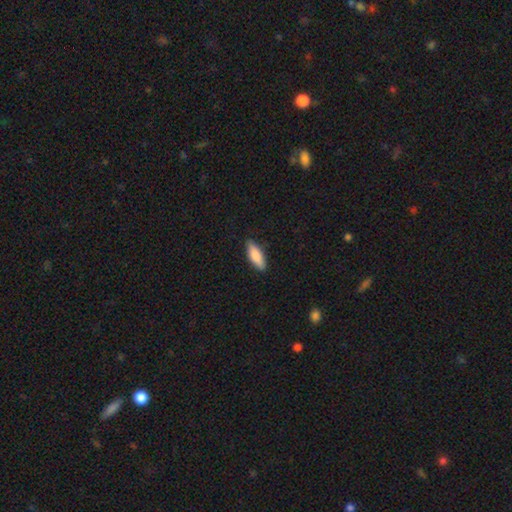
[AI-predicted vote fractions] A smooth galaxy with no disk features (84%) that is in between round and cigar-shaped (60%). Merging: none (87%).